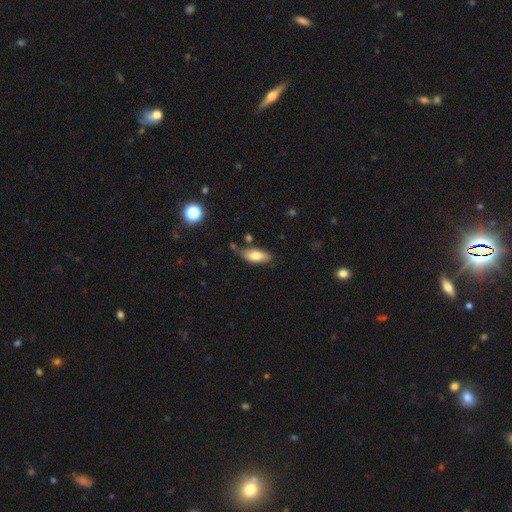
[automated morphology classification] This is likely a smooth galaxy (76%). How rounded: clearly in between (82%). Merging: likely none (70%).